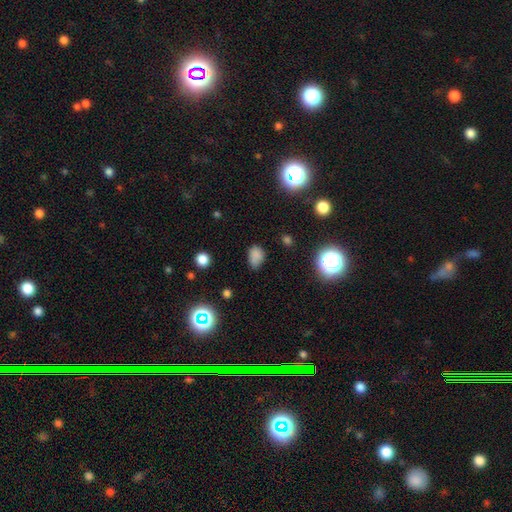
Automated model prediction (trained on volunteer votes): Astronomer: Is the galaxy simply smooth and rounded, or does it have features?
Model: smooth — 76%.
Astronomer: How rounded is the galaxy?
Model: in between — 79%.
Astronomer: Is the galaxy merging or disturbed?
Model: none — 60%.